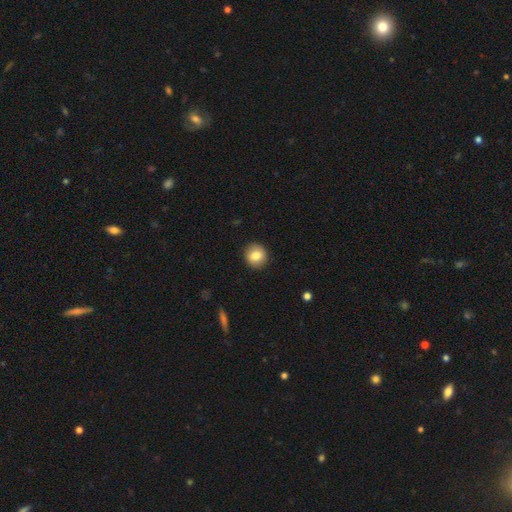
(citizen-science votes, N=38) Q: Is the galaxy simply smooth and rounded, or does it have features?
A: smooth — 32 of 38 (84%).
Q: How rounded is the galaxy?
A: round — 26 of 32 (81%).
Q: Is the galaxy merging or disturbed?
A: none — 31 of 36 (86%).